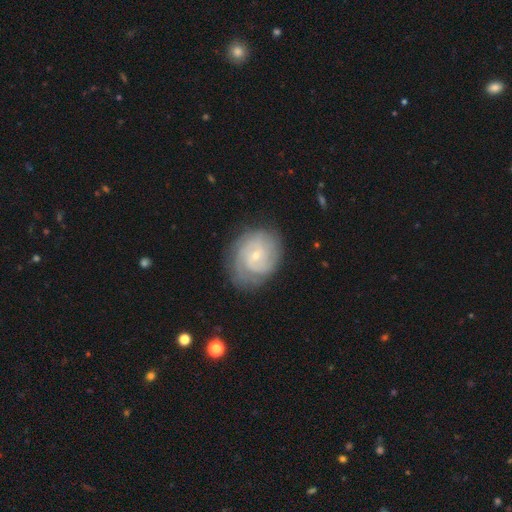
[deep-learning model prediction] A featured or disk galaxy (80%) with no bar (58%), tight (68%) spiral arms (94%) and a small central bulge (77%).

Vote fractions:
- Smooth or featured? featured or disk: 80% / smooth: 14% / star or artifact: 6%
- Edge-on disk? no: 98% / yes: 2%
- Bar? no: 58% / weak: 37% / strong: 6%
- Spiral arms? yes: 94% / no: 6%
- Spiral winding? tight: 68% / medium: 26% / loose: 6%
- Spiral arm count? can't tell: 35% / 2: 31% / 3: 17% / 4: 7% / 1: 5% / more than 4: 5%
- Bulge size? small: 77% / moderate: 20% / none: 1% / large: 1% / dominant: 1%
- Merging? none: 75% / minor disturbance: 17% / major disturbance: 7% / merger: 1%